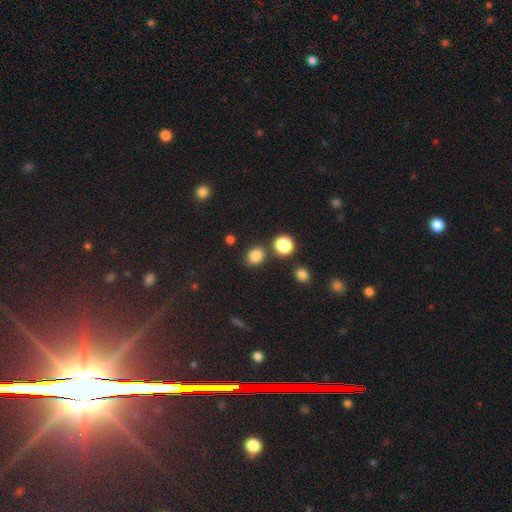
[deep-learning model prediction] A smooth galaxy with no disk features (82%) that is round (52%). Merging: none (77%).